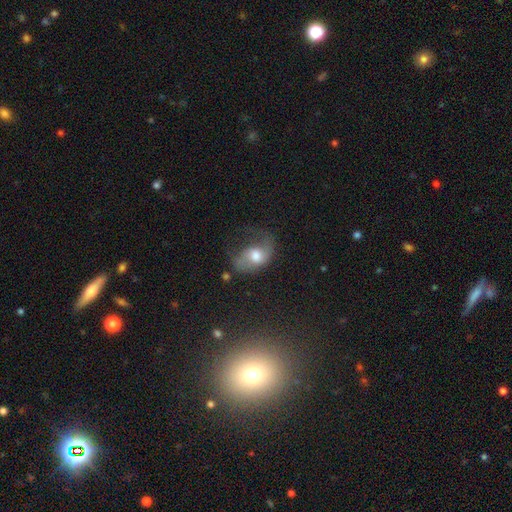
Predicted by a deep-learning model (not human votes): Overall: smooth (49%; featured or disk 42%). Merging: major disturbance (37%; none 32%).